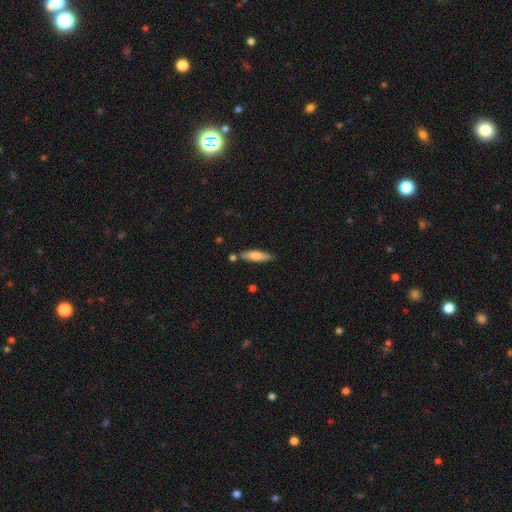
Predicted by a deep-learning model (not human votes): smooth-or-featured: smooth: 71% | featured or disk: 23% | star or artifact: 6%
  how-rounded: cigar-shaped: 72% | in between: 27% | round: 2%
  merging: none: 78% | minor disturbance: 13% | merger: 6% | major disturbance: 3%